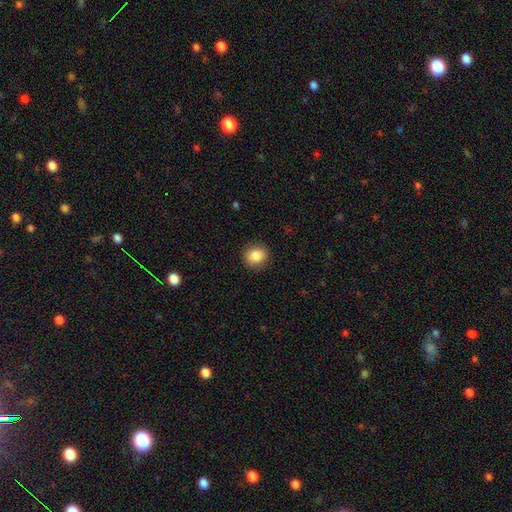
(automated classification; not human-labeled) This appears to be a smooth galaxy with no disk features (85%) that is round (75%). Merging: none (89%).